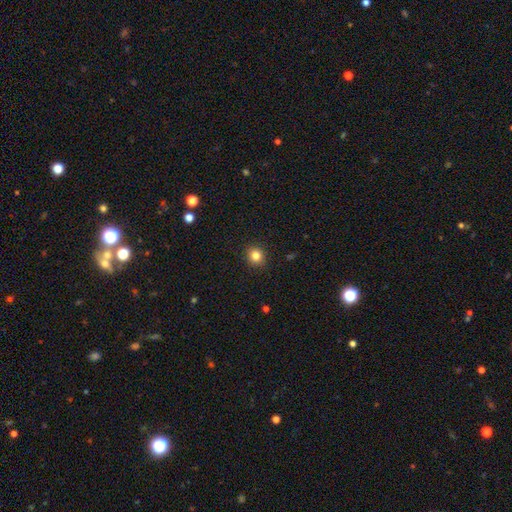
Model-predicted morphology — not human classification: Overall: smooth (82%). How rounded: round (88%). Merging: none (92%).